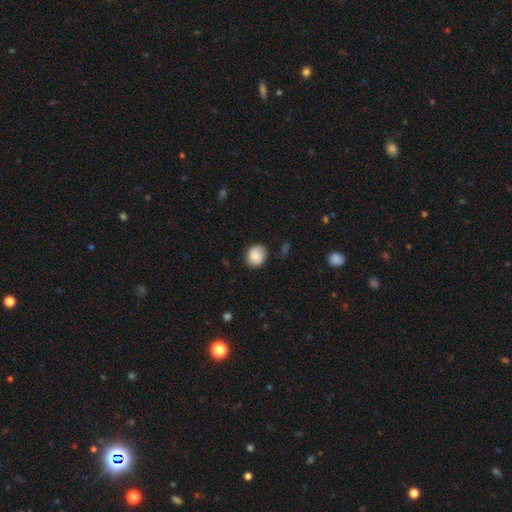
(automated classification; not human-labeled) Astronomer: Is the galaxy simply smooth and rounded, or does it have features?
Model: smooth — 81%.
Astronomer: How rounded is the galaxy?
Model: round — 68%.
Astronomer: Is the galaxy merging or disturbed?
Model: none — 78%.